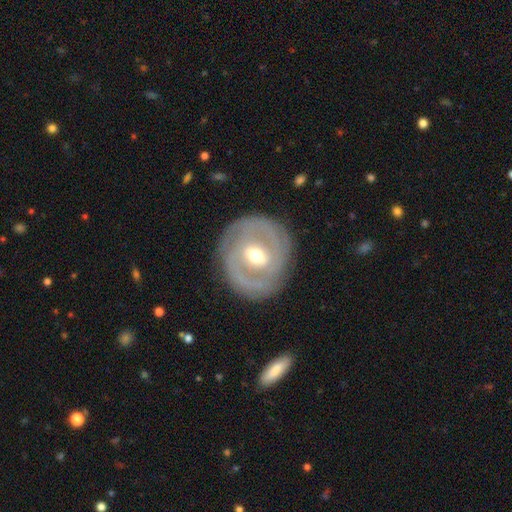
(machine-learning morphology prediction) smooth_or_featured: featured or disk (p=0.75) [alt: smooth p=0.19]
disk_edge_on: no (p=0.95) [alt: yes p=0.05]
bar: weak (p=0.46) [alt: strong p=0.32]
has_spiral_arms: yes (p=0.65) [alt: no p=0.35]
bulge_size: moderate (p=0.69) [alt: small p=0.23]
merging: none (p=0.84) [alt: minor disturbance p=0.10]